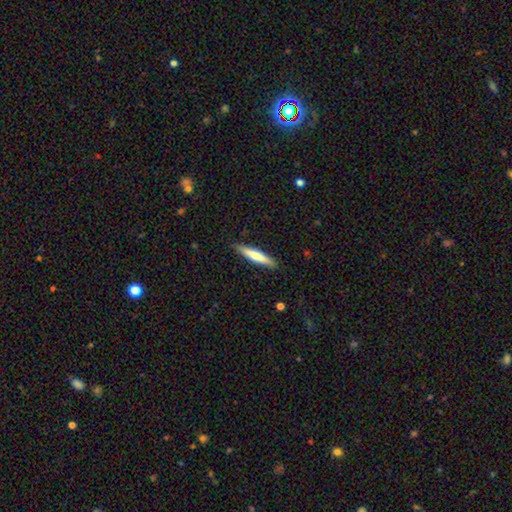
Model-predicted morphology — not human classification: Smooth or featured: smooth — 62% (featured or disk — 33%)
How rounded: cigar-shaped — 89% (in between — 10%)
Merging: none — 88% (minor disturbance — 9%)